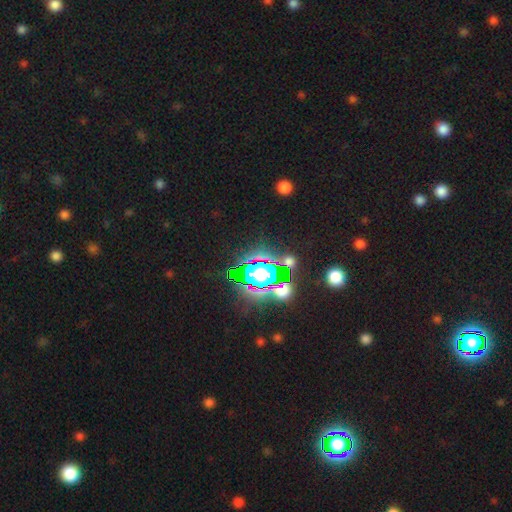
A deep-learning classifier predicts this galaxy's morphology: star or artifact 82%, smooth 10%, featured or disk 7%.